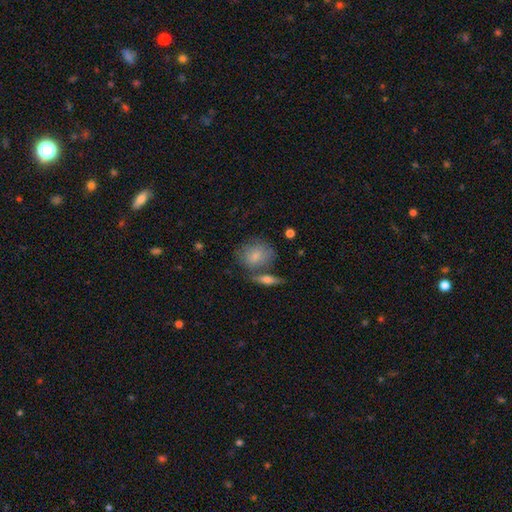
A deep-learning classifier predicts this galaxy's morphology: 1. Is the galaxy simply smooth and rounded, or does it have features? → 74% smooth, 19% featured or disk, 7% star or artifact.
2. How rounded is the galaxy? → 61% round, 37% in between, 2% cigar-shaped.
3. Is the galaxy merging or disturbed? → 55% none, 20% merger, 18% minor disturbance, 7% major disturbance.